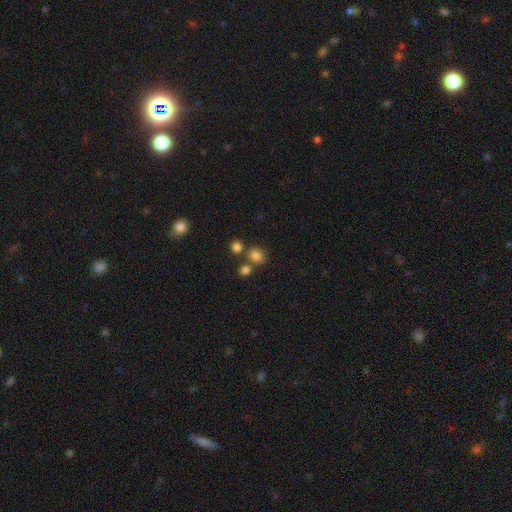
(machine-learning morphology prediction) smooth 80%, star or artifact 15%, featured or disk 6%. Down the decision tree: how rounded — round (81%); merging — none (70%).